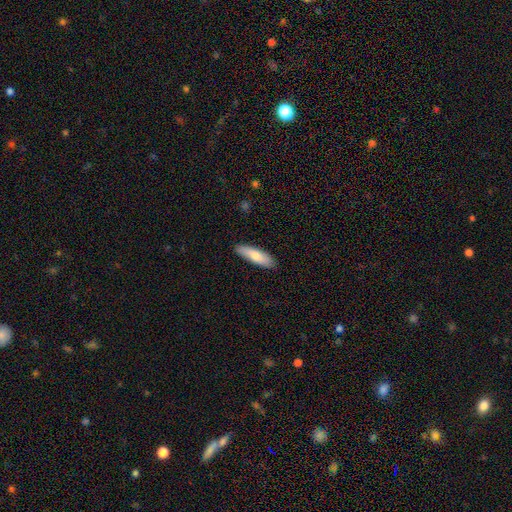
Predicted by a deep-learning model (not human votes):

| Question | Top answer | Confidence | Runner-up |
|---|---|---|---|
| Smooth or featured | smooth | 77% | featured or disk (17%) |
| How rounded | cigar-shaped | 55% | in between (44%) |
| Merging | none | 88% | minor disturbance (10%) |